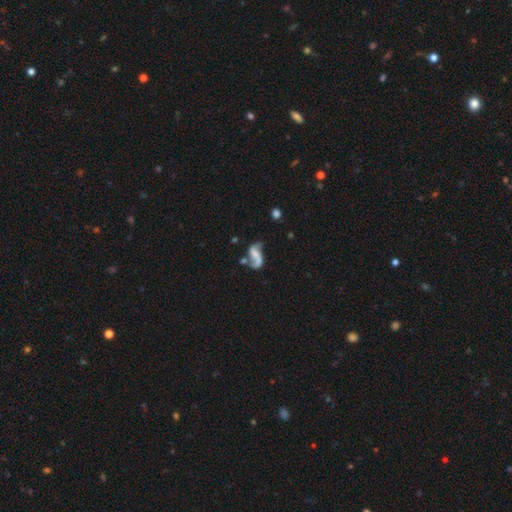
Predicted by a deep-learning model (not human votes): smooth_or_featured: featured or disk (p=0.76) [alt: smooth p=0.16]
disk_edge_on: no (p=0.97) [alt: yes p=0.03]
bar: no (p=0.44) [alt: weak p=0.34]
has_spiral_arms: yes (p=0.89) [alt: no p=0.11]
spiral_winding: loose (p=0.79) [alt: medium p=0.17]
spiral_arm_count: 2 (p=0.85) [alt: 1 p=0.10]
bulge_size: none (p=0.56) [alt: small p=0.23]
merging: none (p=0.44) [alt: merger p=0.19]